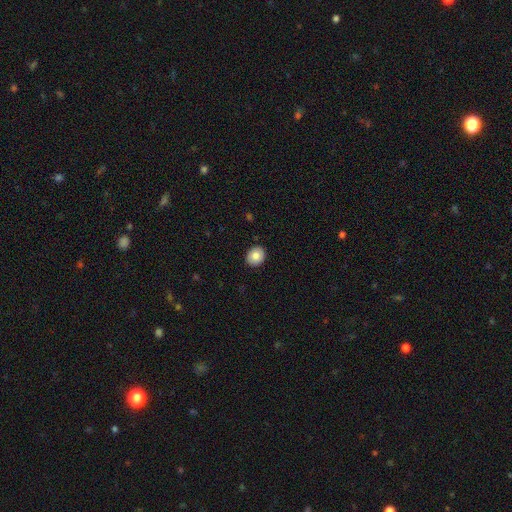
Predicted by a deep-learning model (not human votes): The model was most divided on "how rounded": round: 61%, in between: 38%, cigar-shaped: 1%. More confident: merging — none (91%); smooth or featured — smooth (80%).